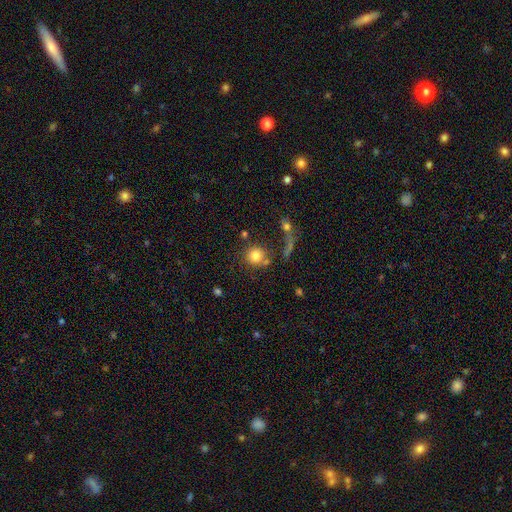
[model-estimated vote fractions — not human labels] Smooth or featured? Predicted: smooth (p=0.80). How rounded? Predicted: round (p=0.90). Merging? Predicted: none (p=0.64).